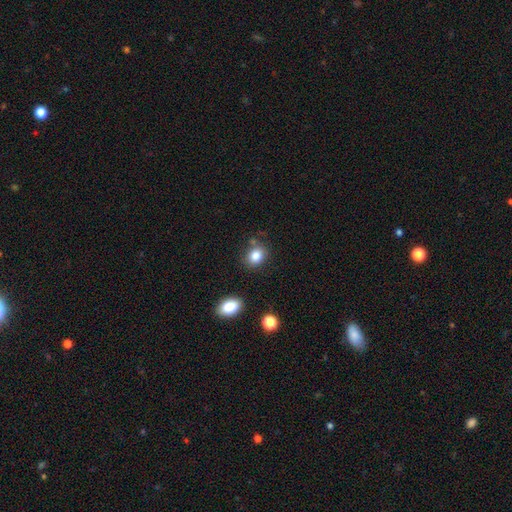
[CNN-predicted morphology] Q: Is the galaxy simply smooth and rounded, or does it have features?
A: smooth — 84%.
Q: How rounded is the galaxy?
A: round — 53%.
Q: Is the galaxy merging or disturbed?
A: none — 76%.